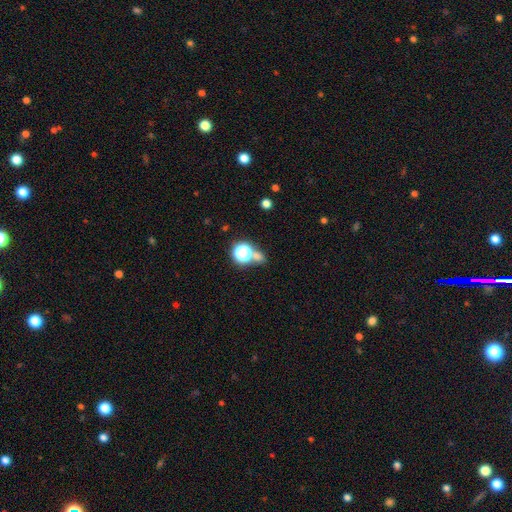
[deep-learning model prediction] Q: Smooth or featured?
A: smooth (55%); runner-up: star or artifact (36%)
Q: How rounded?
A: round (70%); runner-up: in between (28%)
Q: Merging?
A: none (56%); runner-up: merger (29%)